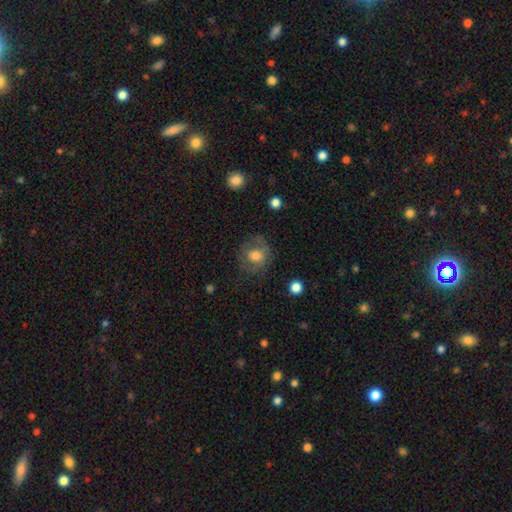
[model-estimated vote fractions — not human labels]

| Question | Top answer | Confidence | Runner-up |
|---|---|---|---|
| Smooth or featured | smooth | 59% | featured or disk (32%) |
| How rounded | round | 79% | in between (20%) |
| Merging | none | 64% | minor disturbance (20%) |